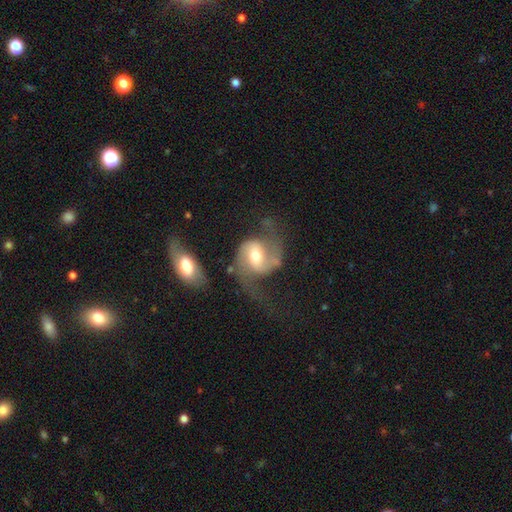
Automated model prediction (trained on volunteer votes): This is clearly a featured or disk galaxy (84%). It is clearly not viewed edge-on (97%). Bar: possibly weak (47%). Spiral arm pattern: clearly yes (95%). Spiral arm count: clearly 2 (90%). Spiral winding: possibly loose (45%). Central bulge: likely moderate (68%). Merging: possibly none (51%).